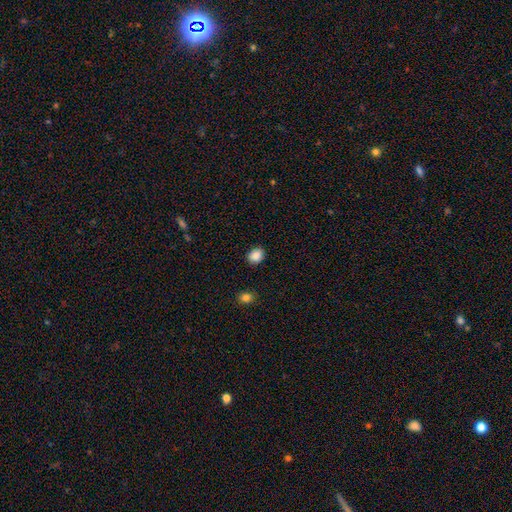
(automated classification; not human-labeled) Smooth or featured? smooth (88%)
How rounded? round (55%)
Merging? none (87%)